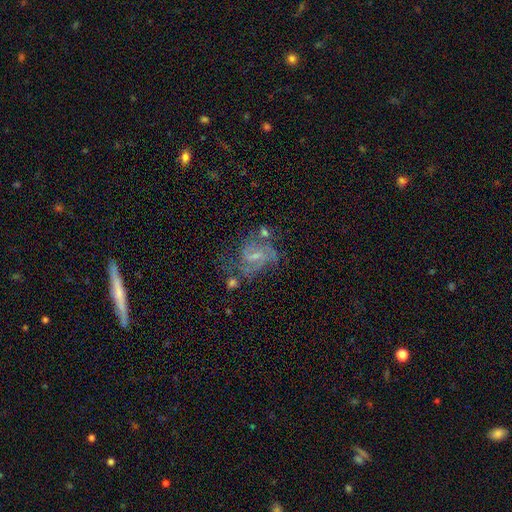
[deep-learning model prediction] Smooth or featured? featured or disk (77%)
Edge-on disk? no (97%)
Bar? weak (54%)
Spiral arms? yes (92%)
Spiral winding? medium (51%)
Spiral arm count? 2 (57%)
Bulge size? small (60%)
Merging? none (50%)